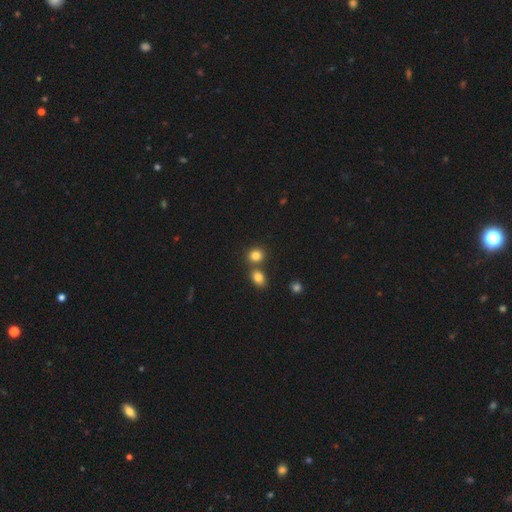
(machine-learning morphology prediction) Smooth or featured: smooth — 82% (star or artifact — 12%)
How rounded: round — 76% (in between — 23%)
Merging: none — 60% (merger — 30%)